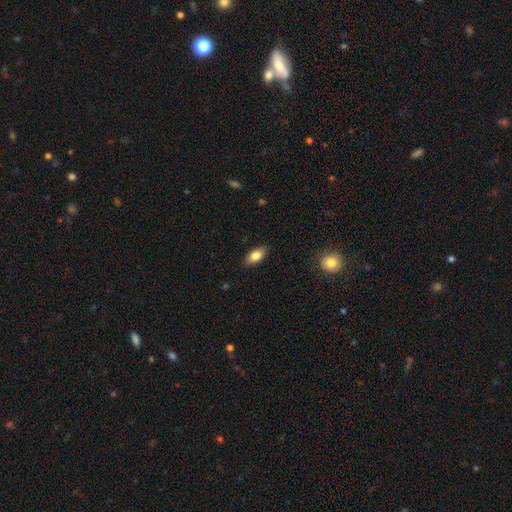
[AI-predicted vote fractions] Q: Smooth or featured?
A: smooth (81%); runner-up: featured or disk (12%)
Q: How rounded?
A: in between (87%); runner-up: cigar-shaped (9%)
Q: Merging?
A: none (87%); runner-up: minor disturbance (10%)